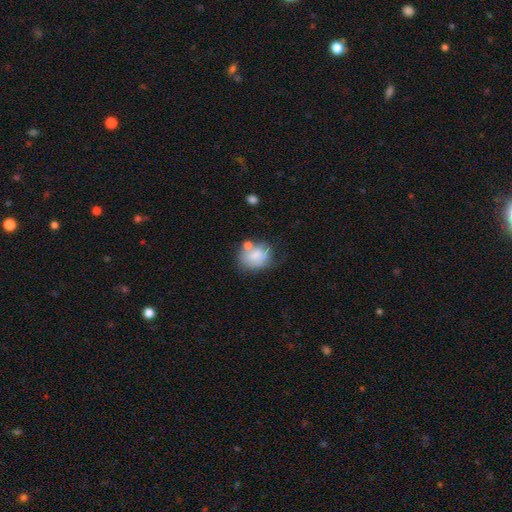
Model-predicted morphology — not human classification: Smooth or featured: smooth — 66% (featured or disk — 25%)
How rounded: in between — 52% (round — 47%)
Merging: none — 40% (minor disturbance — 25%)